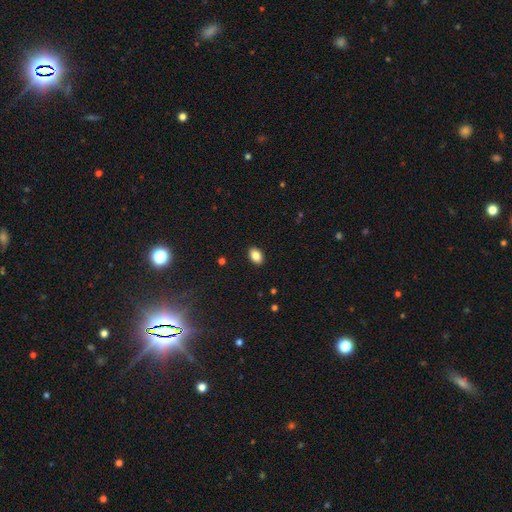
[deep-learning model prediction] Q: Smooth or featured?
A: smooth (85%); runner-up: star or artifact (9%)
Q: How rounded?
A: in between (84%); runner-up: round (14%)
Q: Merging?
A: none (90%); runner-up: minor disturbance (7%)